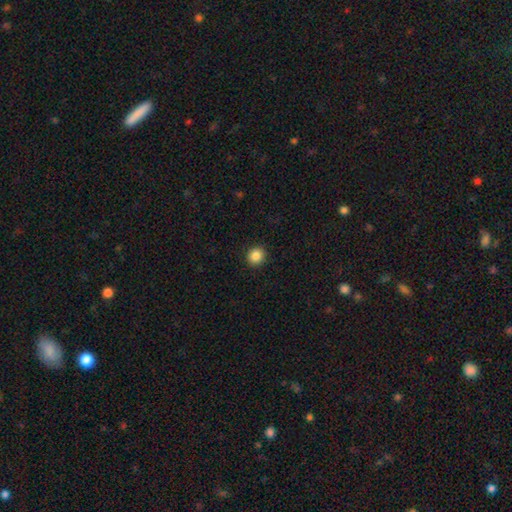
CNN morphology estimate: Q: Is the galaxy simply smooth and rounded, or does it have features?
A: smooth — 87%.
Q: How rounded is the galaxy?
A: round — 90%.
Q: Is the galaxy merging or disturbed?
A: none — 92%.